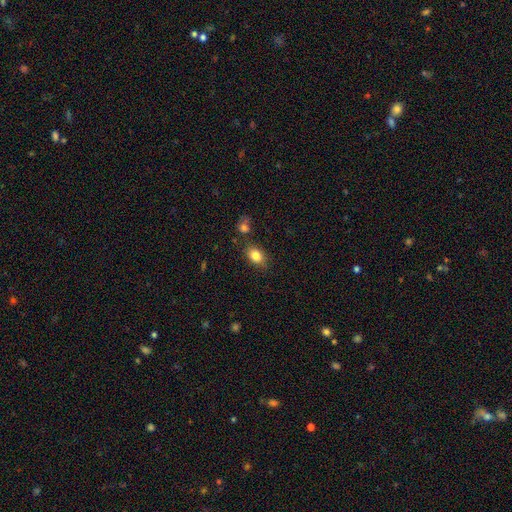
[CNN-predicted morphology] Overall: smooth (83%). How rounded: in between (78%). Merging: none (78%).